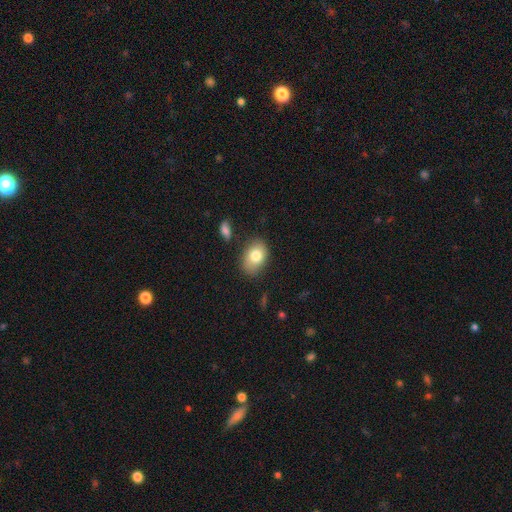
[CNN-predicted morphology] The model was most divided on "how rounded": in between: 80%, round: 19%, cigar-shaped: 1%. More confident: smooth or featured — smooth (79%); merging — none (77%).